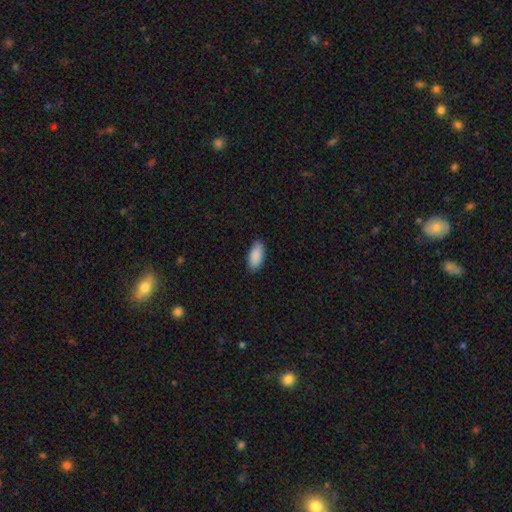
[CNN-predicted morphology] Smooth or featured?
  - smooth: 90% *
  - star or artifact: 6%
  - featured or disk: 4%
How rounded?
  - in between: 91% *
  - cigar-shaped: 7%
  - round: 2%
Merging?
  - none: 87% *
  - minor disturbance: 10%
  - major disturbance: 2%
  - merger: 1%